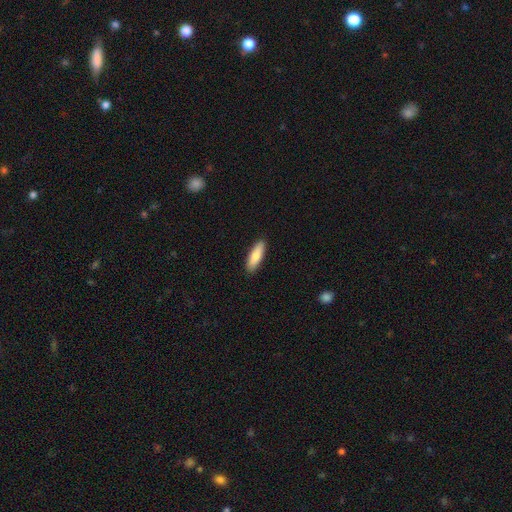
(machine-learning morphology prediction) This appears to be a smooth galaxy with no disk features (83%) that is cigar-shaped (55%). Merging: none (90%).